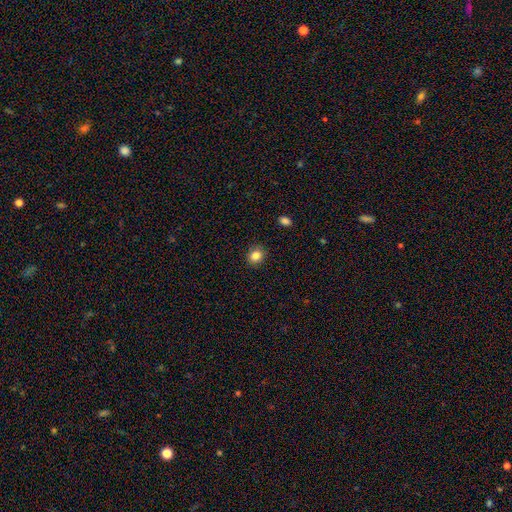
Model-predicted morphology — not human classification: A smooth galaxy with no disk features (84%) that is round (68%).

Vote fractions:
- Smooth or featured? smooth: 84% / star or artifact: 10% / featured or disk: 6%
- How rounded? round: 68% / in between: 31% / cigar-shaped: 1%
- Merging? none: 88% / minor disturbance: 9% / major disturbance: 2% / merger: 1%